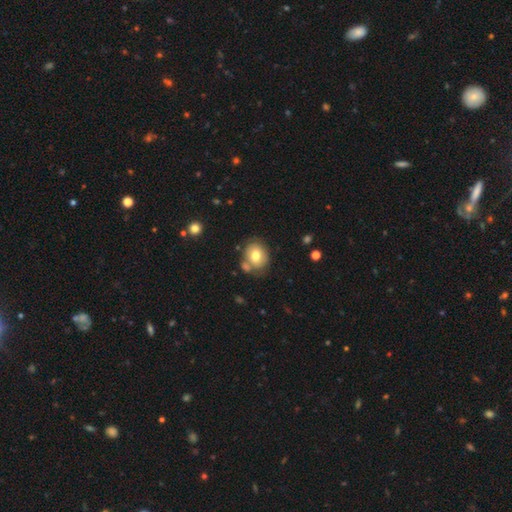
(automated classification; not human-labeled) Smooth or featured? Predicted: smooth (p=0.73). How rounded? Predicted: round (p=0.56). Merging? Predicted: none (p=0.62).